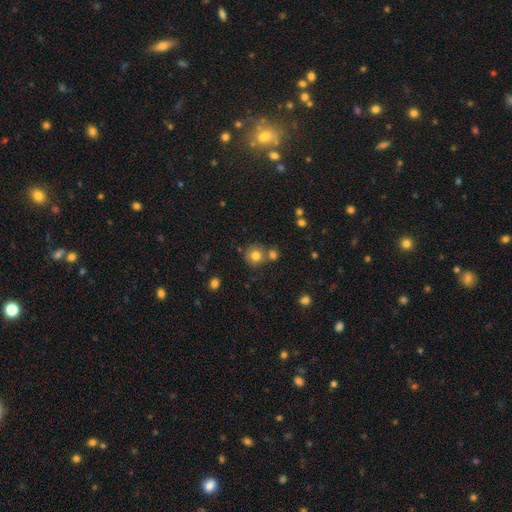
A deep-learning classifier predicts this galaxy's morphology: The model was most divided on "merging": none: 64%, merger: 23%, minor disturbance: 10%, major disturbance: 3%. More confident: how rounded — round (89%); smooth or featured — smooth (78%).